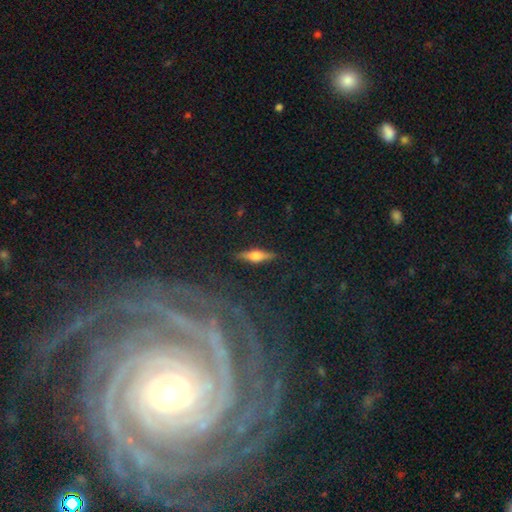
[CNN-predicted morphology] Smooth or featured?
  - featured or disk: 50% *
  - smooth: 43%
  - star or artifact: 7%
Merging?
  - none: 88% *
  - minor disturbance: 9%
  - major disturbance: 2%
  - merger: 1%